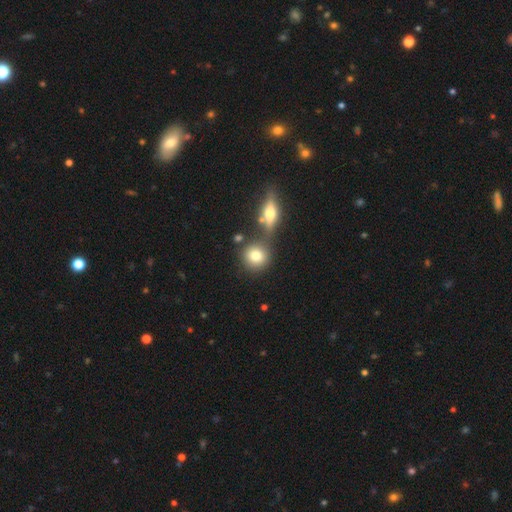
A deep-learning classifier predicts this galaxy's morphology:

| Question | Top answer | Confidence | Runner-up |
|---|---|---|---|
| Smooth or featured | smooth | 77% | featured or disk (13%) |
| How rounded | round | 85% | in between (13%) |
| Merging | none | 66% | merger (21%) |